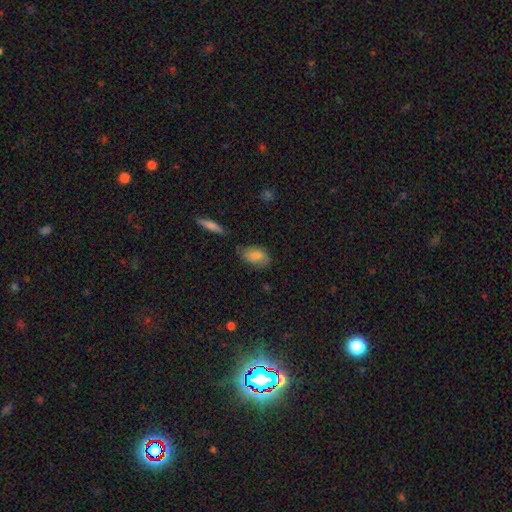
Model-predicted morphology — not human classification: Smooth or featured: smooth — 82% (featured or disk — 11%)
How rounded: in between — 90% (round — 7%)
Merging: none — 68% (minor disturbance — 22%)